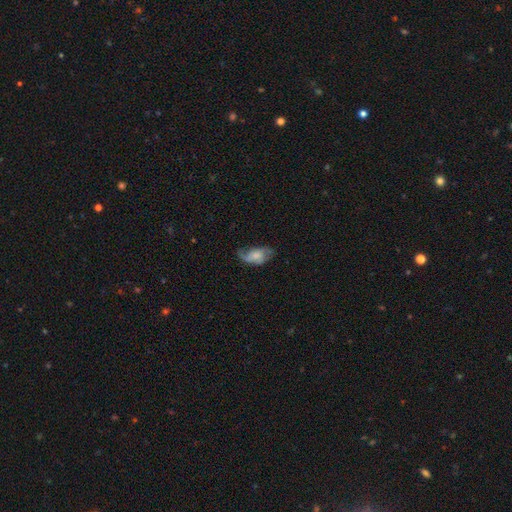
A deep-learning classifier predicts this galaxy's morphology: Smooth or featured? featured or disk (57%)
Edge-on disk? no (94%)
Bar? no (68%)
Spiral arms? yes (85%)
Bulge size? small (42%)
Merging? none (53%)